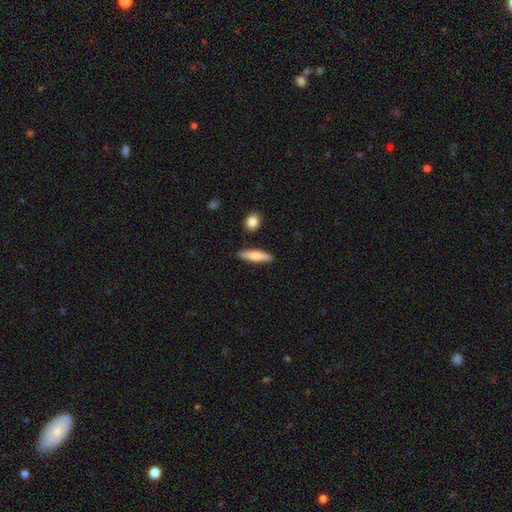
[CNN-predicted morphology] A smooth galaxy with no disk features (72%) that is cigar-shaped (77%).

Vote fractions:
- Smooth or featured? smooth: 72% / featured or disk: 22% / star or artifact: 6%
- How rounded? cigar-shaped: 77% / in between: 21% / round: 2%
- Merging? none: 87% / minor disturbance: 8% / merger: 3% / major disturbance: 2%